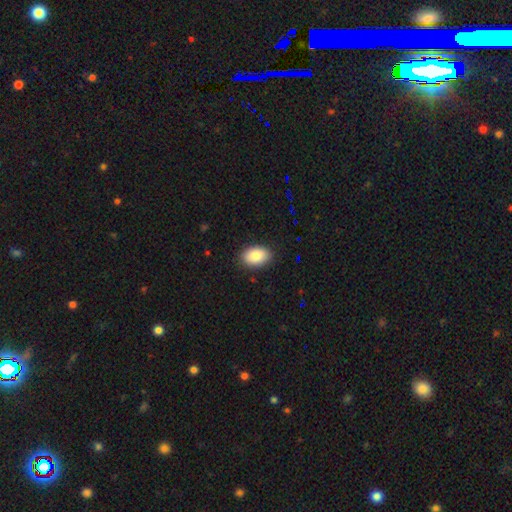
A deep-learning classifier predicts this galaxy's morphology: smooth 86%, star or artifact 7%, featured or disk 6%. Down the decision tree: how rounded — in between (89%); merging — none (88%).